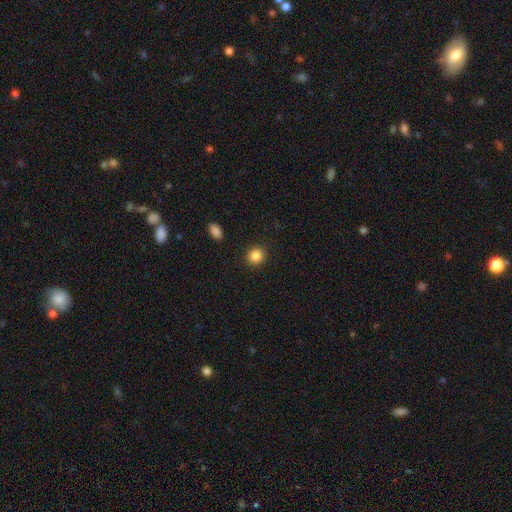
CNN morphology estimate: Smooth or featured?
  - smooth: 85% *
  - star or artifact: 10%
  - featured or disk: 5%
How rounded?
  - round: 84% *
  - in between: 15%
  - cigar-shaped: 1%
Merging?
  - none: 91% *
  - minor disturbance: 6%
  - major disturbance: 2%
  - merger: 1%